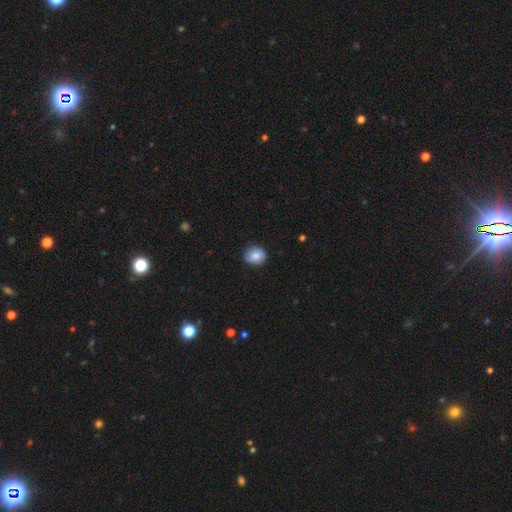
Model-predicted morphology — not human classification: Q: Smooth or featured?
A: smooth (82%); runner-up: featured or disk (10%)
Q: How rounded?
A: round (70%); runner-up: in between (29%)
Q: Merging?
A: none (84%); runner-up: minor disturbance (12%)